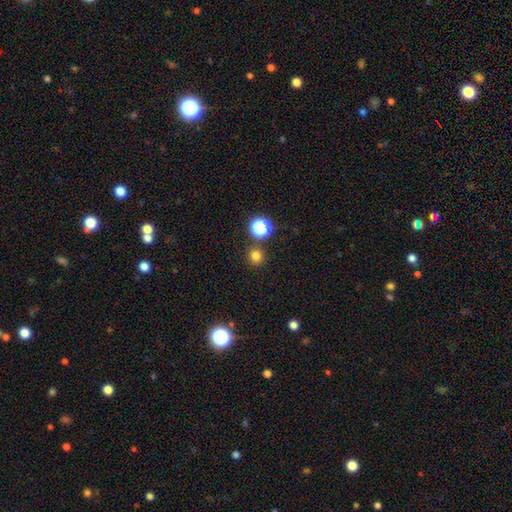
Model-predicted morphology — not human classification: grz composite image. It shows a smooth galaxy with no disk features (76%) that is round (93%). Merging: none (84%).